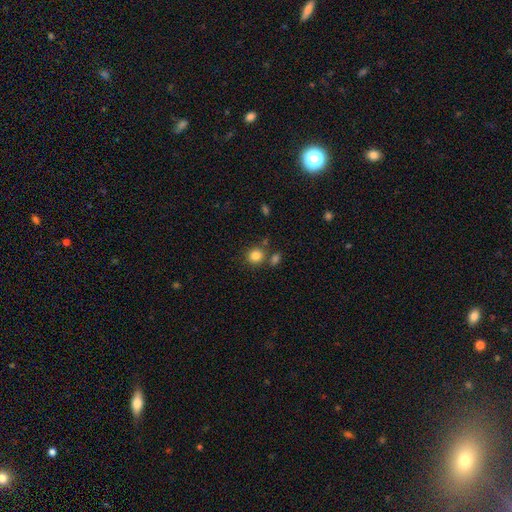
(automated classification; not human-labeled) This is clearly a smooth galaxy (84%). How rounded: clearly round (83%). Merging: likely none (72%).